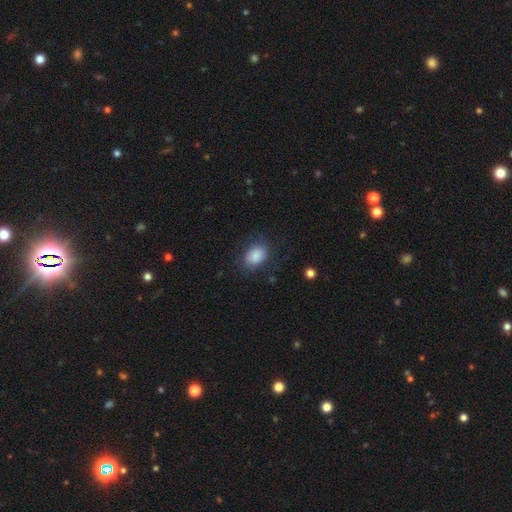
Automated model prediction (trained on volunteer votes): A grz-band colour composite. It shows a smooth galaxy with no disk features (86%) that is in between round and cigar-shaped (76%). Merging: none (75%).